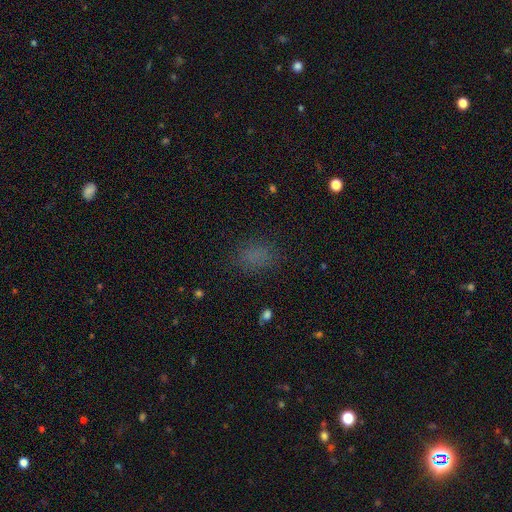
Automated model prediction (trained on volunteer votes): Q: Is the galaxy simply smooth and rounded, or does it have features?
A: smooth — 75%.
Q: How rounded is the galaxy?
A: in between — 70%.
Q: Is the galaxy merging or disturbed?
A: none — 79%.